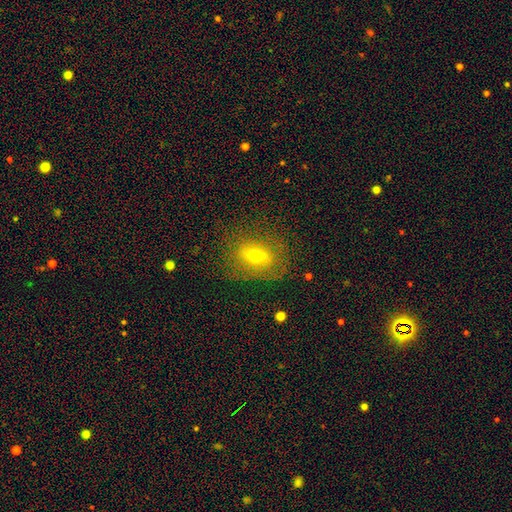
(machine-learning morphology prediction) Smooth or featured? smooth (51%)
How rounded? in between (61%)
Merging? none (73%)